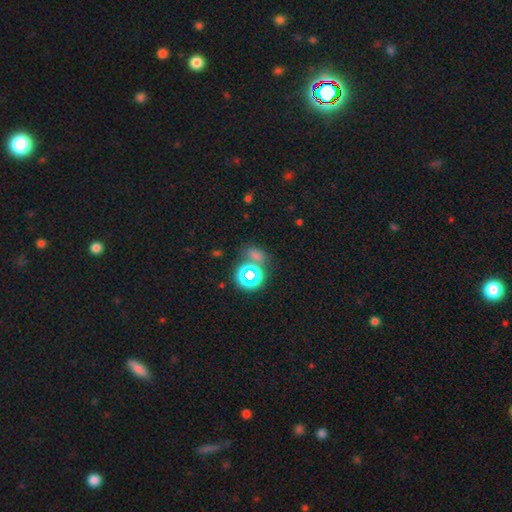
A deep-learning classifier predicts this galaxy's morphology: Q: Smooth or featured?
A: star or artifact (52%); runner-up: smooth (39%)